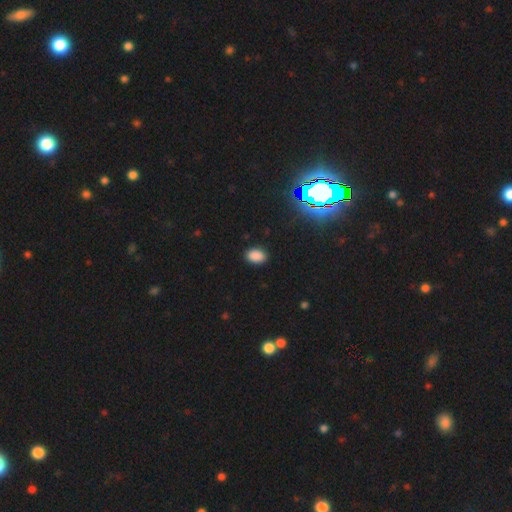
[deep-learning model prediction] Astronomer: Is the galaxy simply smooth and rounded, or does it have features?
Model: smooth — 85%.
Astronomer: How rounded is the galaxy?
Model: in between — 82%.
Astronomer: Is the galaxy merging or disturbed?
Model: none — 89%.